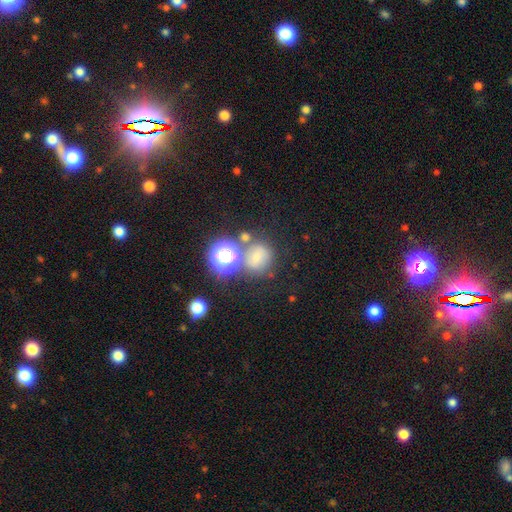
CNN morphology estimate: The model was most divided on "smooth or featured": smooth: 61%, star or artifact: 25%, featured or disk: 14%. More confident: how rounded — round (79%); merging — none (57%).